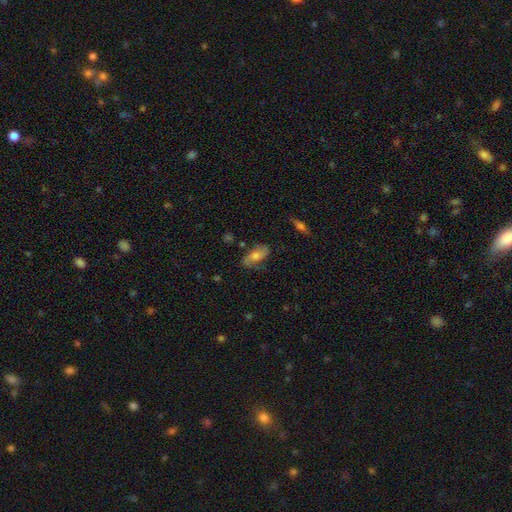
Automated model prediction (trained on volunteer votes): smooth_or_featured: featured or disk (p=0.53) [alt: smooth p=0.37]
disk_edge_on: no (p=0.88) [alt: yes p=0.12]
merging: none (p=0.71) [alt: minor disturbance p=0.20]